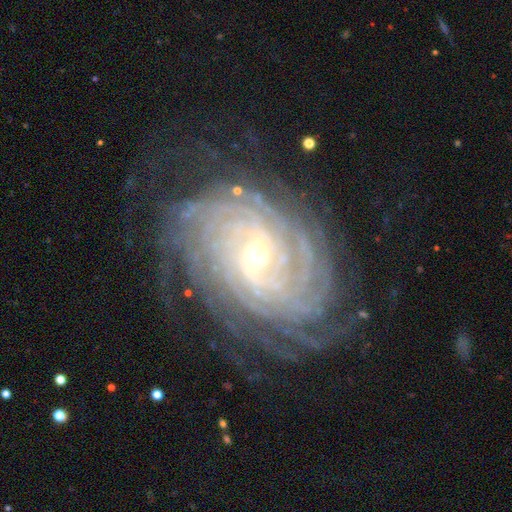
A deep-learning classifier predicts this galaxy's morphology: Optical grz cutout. It shows a featured or disk galaxy (91%) with a weak bar (46%), more than 4 (37%) tight (83%) spiral arms (98%) and a small central bulge (55%). Merging: none (77%).